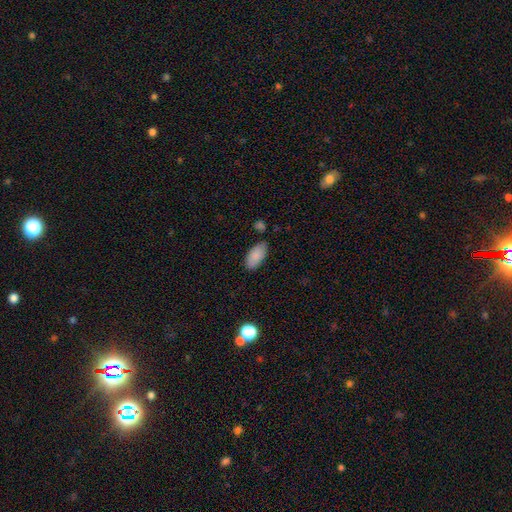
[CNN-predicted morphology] The model was most divided on "merging": none: 76%, minor disturbance: 17%, merger: 4%, major disturbance: 3%. More confident: how rounded — in between (93%); smooth or featured — smooth (86%).